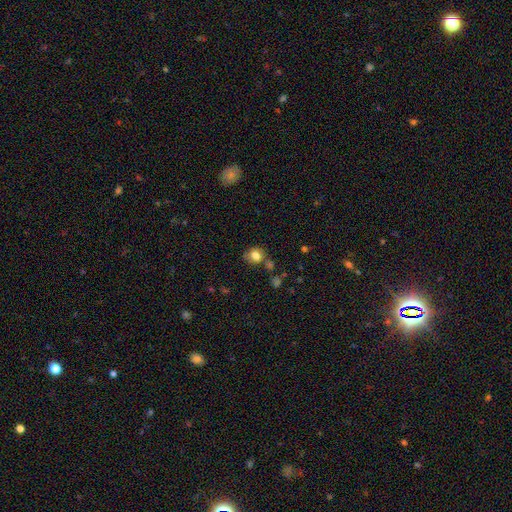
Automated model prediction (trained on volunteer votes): The model was most divided on "how rounded": round: 68%, in between: 31%, cigar-shaped: 1%. More confident: smooth or featured — smooth (80%); merging — none (62%).